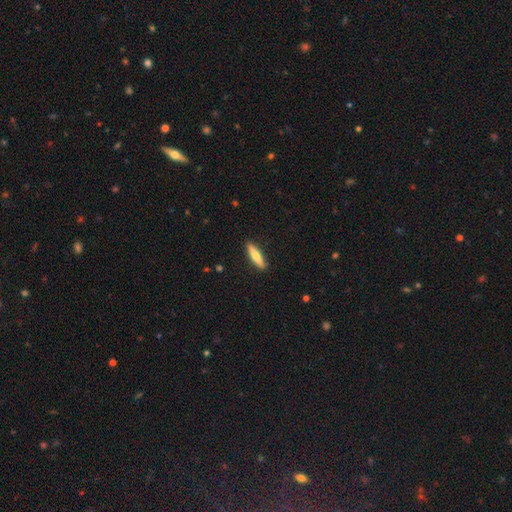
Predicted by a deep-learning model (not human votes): This is possibly a smooth galaxy (56%). How rounded: likely cigar-shaped (79%). Merging: clearly none (90%).